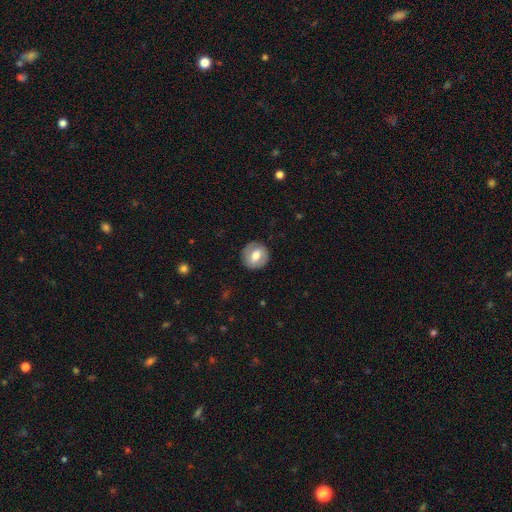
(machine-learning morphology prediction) This is possibly a smooth galaxy (54%). How rounded: clearly round (85%). Merging: clearly none (87%).